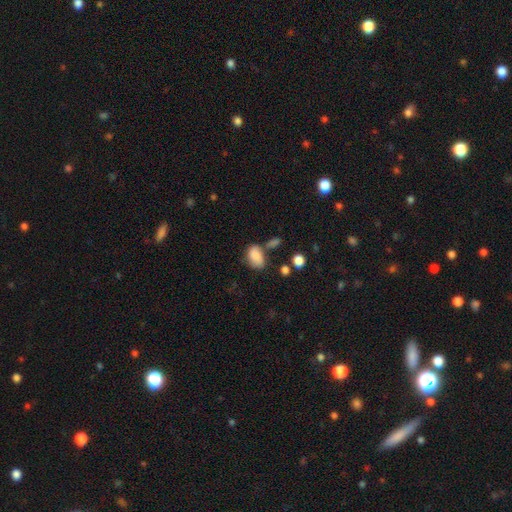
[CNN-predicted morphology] smooth_or_featured: smooth (p=0.82) [alt: featured or disk p=0.10]
how_rounded: in between (p=0.86) [alt: round p=0.13]
merging: none (p=0.46) [alt: minor disturbance p=0.25]